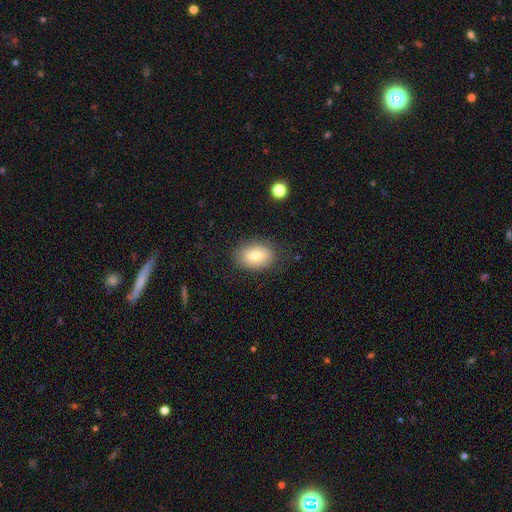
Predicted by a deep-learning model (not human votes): Smooth or featured? Predicted: smooth (p=0.75). How rounded? Predicted: in between (p=0.79). Merging? Predicted: none (p=0.82).